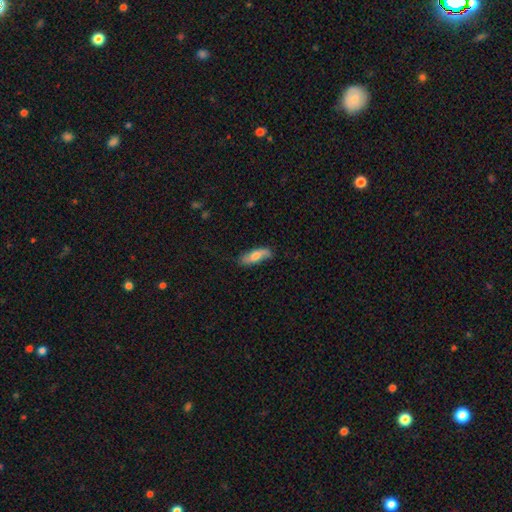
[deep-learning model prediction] This is likely a smooth galaxy (62%). How rounded: likely in between (62%). Merging: likely none (70%).